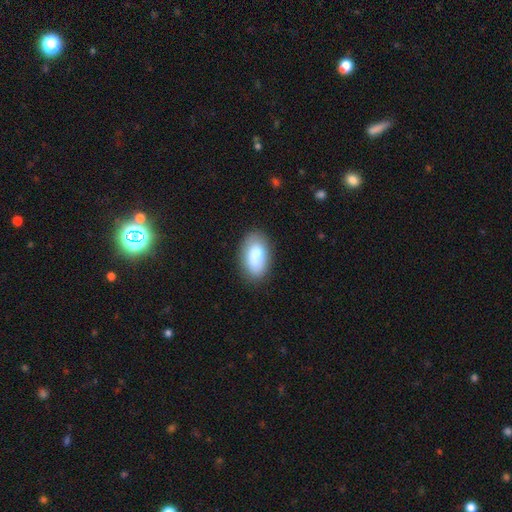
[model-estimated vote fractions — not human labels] A smooth galaxy with no disk features (82%) that is in between round and cigar-shaped (93%).

Vote fractions:
- Smooth or featured? smooth: 82% / featured or disk: 11% / star or artifact: 7%
- How rounded? in between: 93% / round: 5% / cigar-shaped: 2%
- Merging? none: 78% / minor disturbance: 15% / major disturbance: 4% / merger: 3%